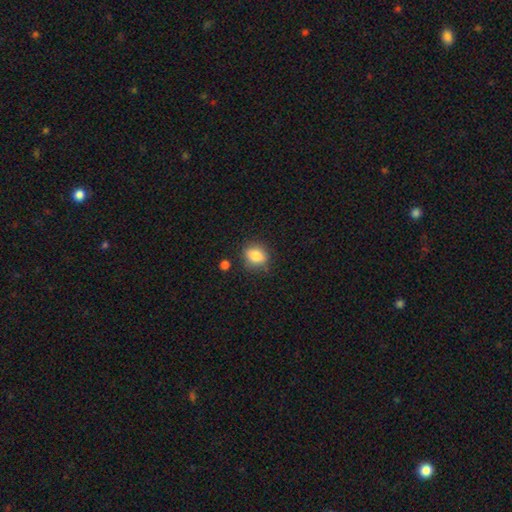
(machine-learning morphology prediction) Smooth or featured?
  - smooth: 83% *
  - star or artifact: 9%
  - featured or disk: 7%
How rounded?
  - in between: 52% *
  - round: 46%
  - cigar-shaped: 2%
Merging?
  - none: 81% *
  - minor disturbance: 13%
  - major disturbance: 3%
  - merger: 3%